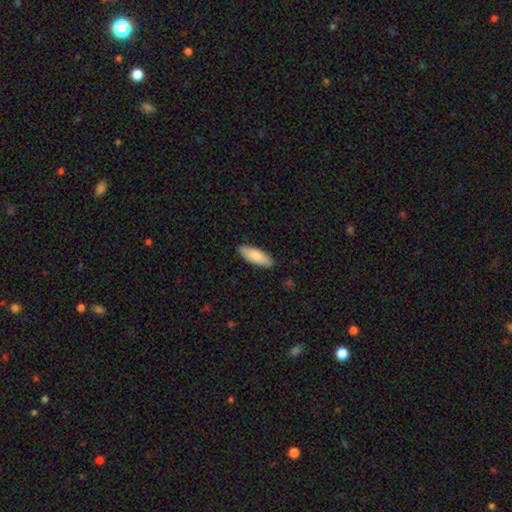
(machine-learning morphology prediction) This is clearly a smooth galaxy (84%). How rounded: likely in between (67%). Merging: clearly none (89%).